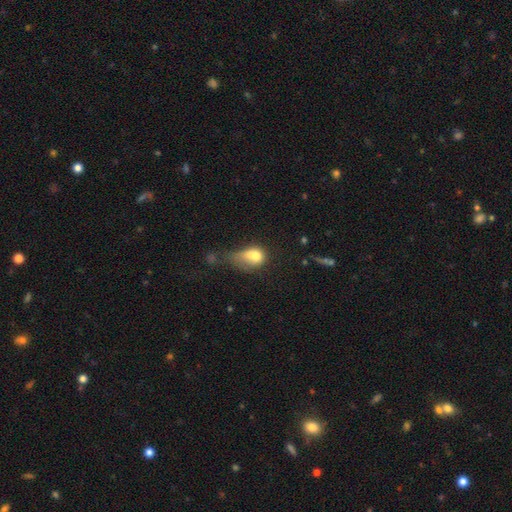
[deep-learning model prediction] smooth 71%, featured or disk 19%, star or artifact 10%. Down the decision tree: how rounded — in between (71%); merging — major disturbance (38%).